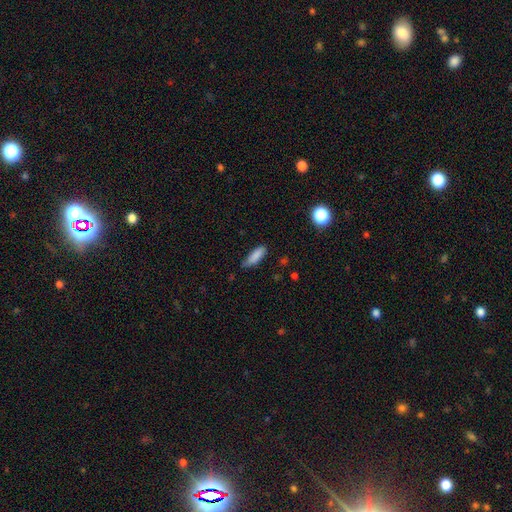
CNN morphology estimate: A smooth galaxy with no disk features (86%) that is in between round and cigar-shaped (57%). Merging: none (64%).